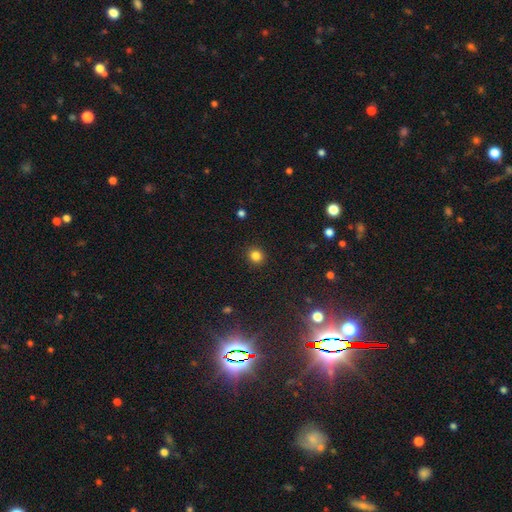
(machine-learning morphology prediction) This appears to be a smooth galaxy with no disk features (83%) that is round (87%). Merging: none (91%).